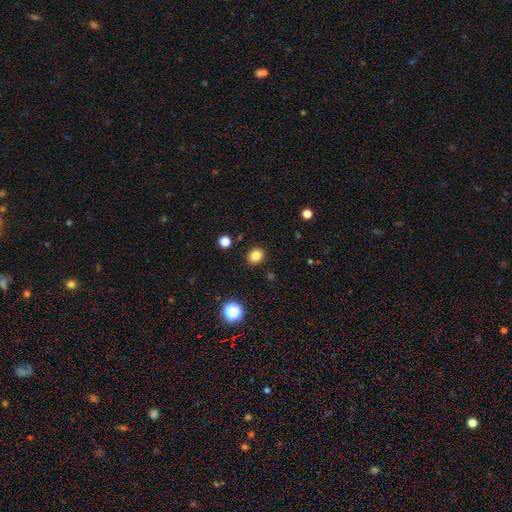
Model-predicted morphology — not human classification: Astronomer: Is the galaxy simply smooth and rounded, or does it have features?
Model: smooth — 83%.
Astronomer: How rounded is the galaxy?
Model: round — 68%.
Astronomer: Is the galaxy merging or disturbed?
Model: none — 90%.